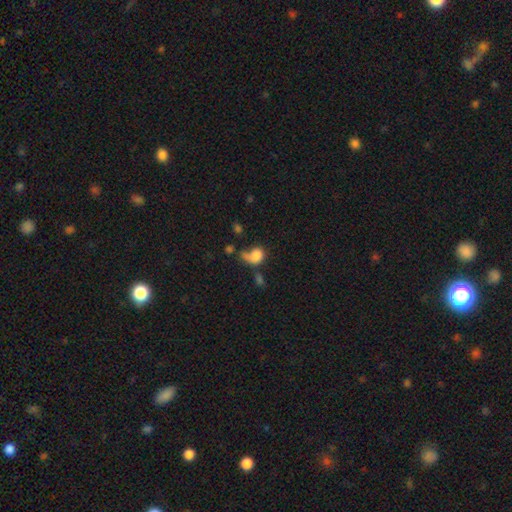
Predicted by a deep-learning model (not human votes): The model was most divided on "merging": major disturbance: 30%, none: 29%, merger: 22%, minor disturbance: 18%. More confident: smooth or featured — smooth (76%); how rounded — round (55%).